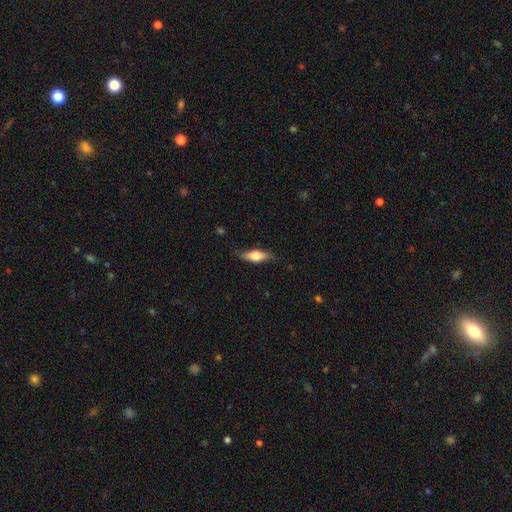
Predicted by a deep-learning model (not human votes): Smooth or featured? smooth (63%)
How rounded? in between (60%)
Merging? none (81%)